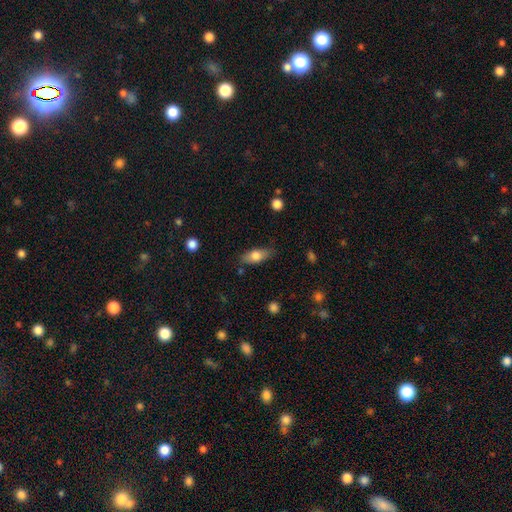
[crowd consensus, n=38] Volunteers were most divided on "smooth or featured": smooth: 66%, featured or disk: 32%, star or artifact: 3%. More confident: how rounded — in between (88%); merging — none (84%).